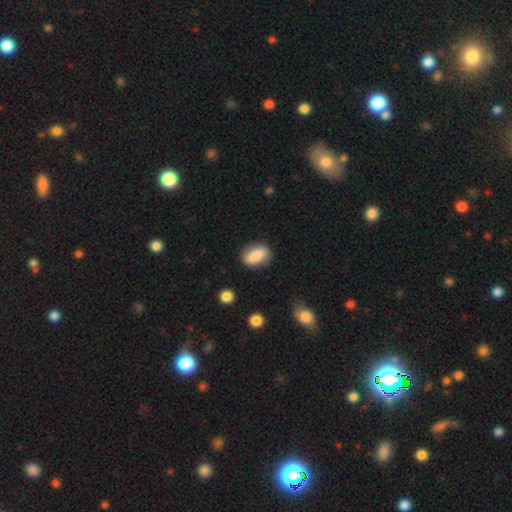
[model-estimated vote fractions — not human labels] smooth-or-featured: smooth: 83% | featured or disk: 9% | star or artifact: 7%
  how-rounded: in between: 83% | round: 13% | cigar-shaped: 4%
  merging: none: 80% | minor disturbance: 14% | major disturbance: 4% | merger: 2%